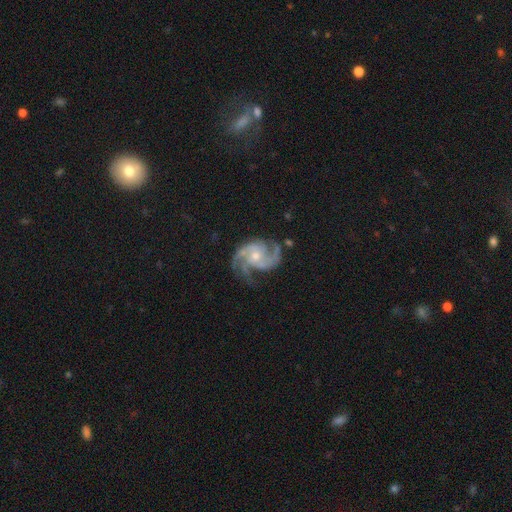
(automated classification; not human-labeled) Smooth or featured? Predicted: featured or disk (p=0.93). Edge-on disk? Predicted: no (p=0.98). Bar? Predicted: no (p=0.65). Spiral arms? Predicted: yes (p=0.98). Spiral winding? Predicted: medium (p=0.56). Spiral arm count? Predicted: 3 (p=0.48). Bulge size? Predicted: moderate (p=0.50). Merging? Predicted: none (p=0.69).